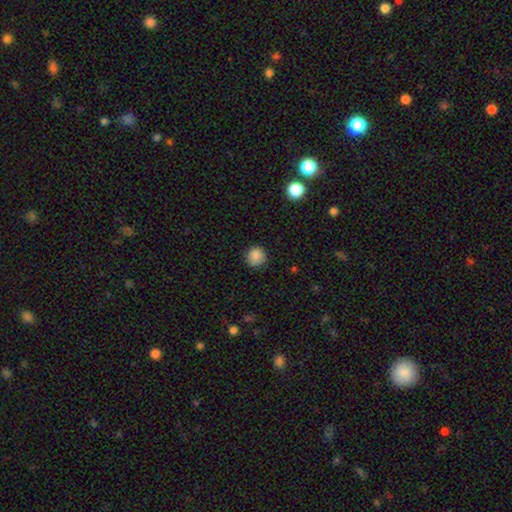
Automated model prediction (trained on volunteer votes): Smooth or featured? Predicted: smooth (p=0.86). How rounded? Predicted: round (p=0.93). Merging? Predicted: none (p=0.85).